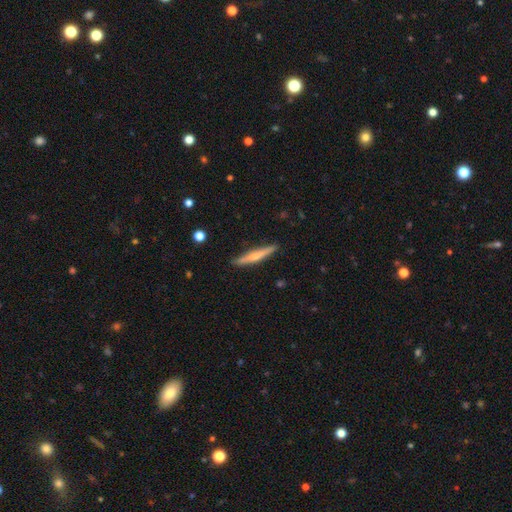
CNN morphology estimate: Smooth or featured?
  - smooth: 47% * (tied)
  - featured or disk: 47% * (tied)
  - star or artifact: 6%
Merging?
  - none: 88% *
  - minor disturbance: 9%
  - major disturbance: 2%
  - merger: 1%